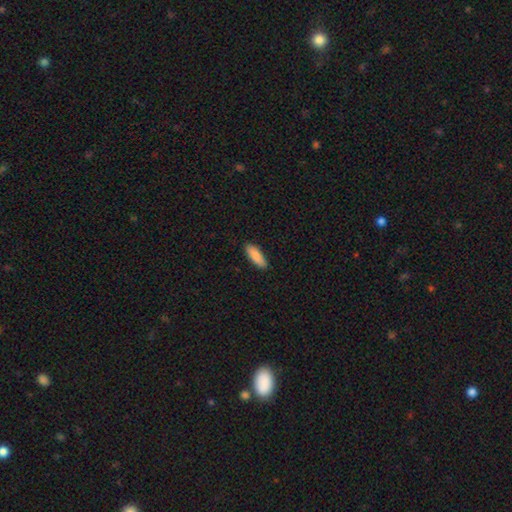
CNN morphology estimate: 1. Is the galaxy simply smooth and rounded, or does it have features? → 88% smooth, 6% featured or disk, 6% star or artifact.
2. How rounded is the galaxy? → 61% in between, 37% cigar-shaped, 2% round.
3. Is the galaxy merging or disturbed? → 89% none, 9% minor disturbance, 2% major disturbance, 1% merger.